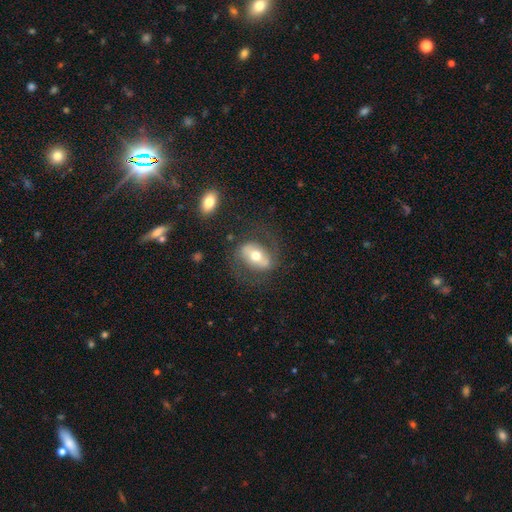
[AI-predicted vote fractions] A featured or disk galaxy (55%) with a strong bar (38%), spiral arms (56%) and a moderate central bulge (72%).

Vote fractions:
- Smooth or featured? featured or disk: 55% / smooth: 38% / star or artifact: 7%
- Edge-on disk? no: 91% / yes: 9%
- Bar? strong: 38% / no: 34% / weak: 28%
- Spiral arms? yes: 56% / no: 44%
- Bulge size? moderate: 72% / large: 13% / small: 12% / dominant: 2% / none: 1%
- Merging? none: 66% / minor disturbance: 17% / major disturbance: 14% / merger: 3%